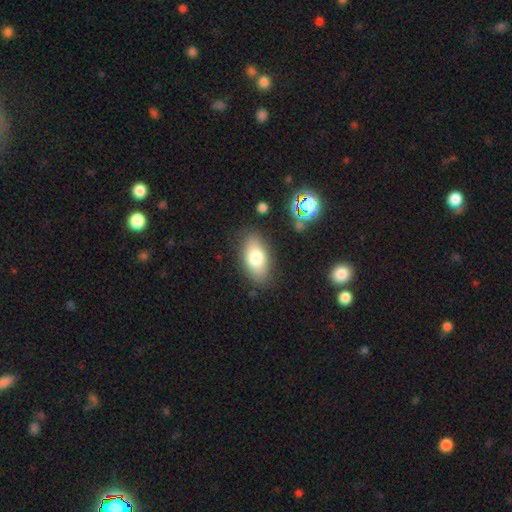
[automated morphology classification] A smooth galaxy with no disk features (75%) that is in between round and cigar-shaped (89%).

Vote fractions:
- Smooth or featured? smooth: 75% / featured or disk: 16% / star or artifact: 9%
- How rounded? in between: 89% / cigar-shaped: 6% / round: 5%
- Merging? none: 85% / minor disturbance: 10% / major disturbance: 3% / merger: 2%